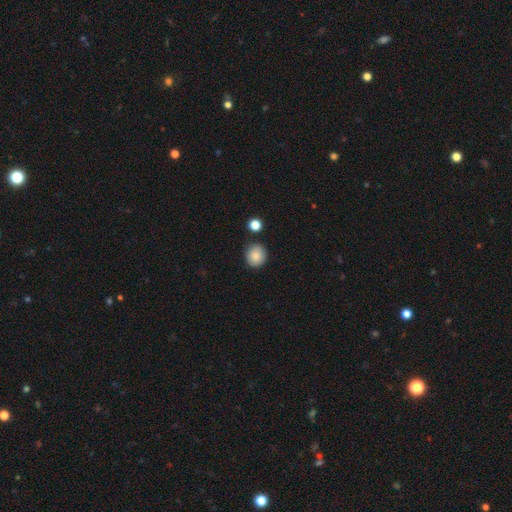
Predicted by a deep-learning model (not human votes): This is clearly a smooth galaxy (86%). How rounded: clearly round (84%). Merging: clearly none (84%).